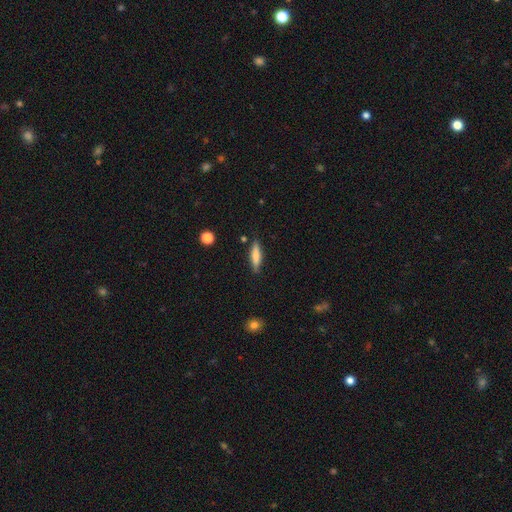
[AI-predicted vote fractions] Smooth or featured? Predicted: smooth (p=0.72). How rounded? Predicted: cigar-shaped (p=0.75). Merging? Predicted: none (p=0.85).